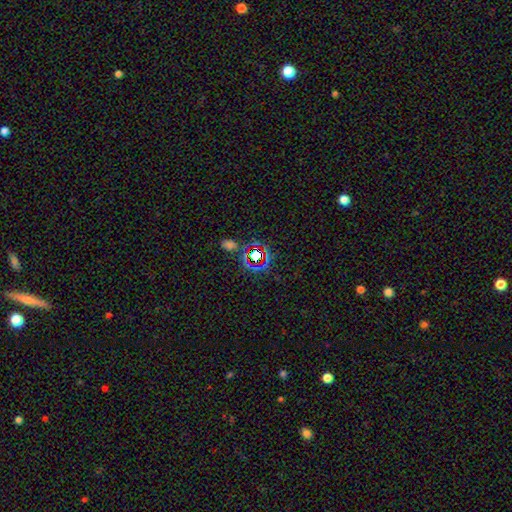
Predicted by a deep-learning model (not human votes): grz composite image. It shows a star or artifact, not a galaxy (70%).